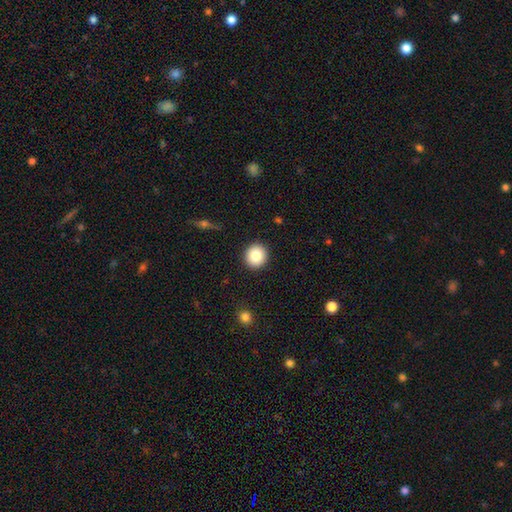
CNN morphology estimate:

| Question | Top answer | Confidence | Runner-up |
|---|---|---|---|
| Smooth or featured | smooth | 84% | star or artifact (9%) |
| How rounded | round | 91% | in between (8%) |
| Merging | none | 91% | minor disturbance (6%) |